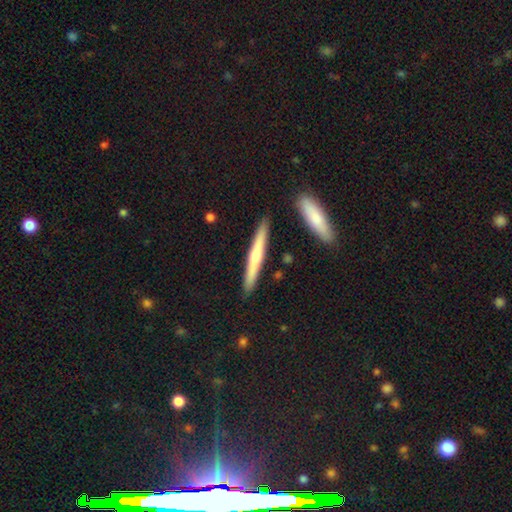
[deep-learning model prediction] smooth_or_featured: smooth (p=0.51) [alt: featured or disk p=0.43]
how_rounded: cigar-shaped (p=0.95) [alt: in between p=0.04]
merging: none (p=0.88) [alt: minor disturbance p=0.07]